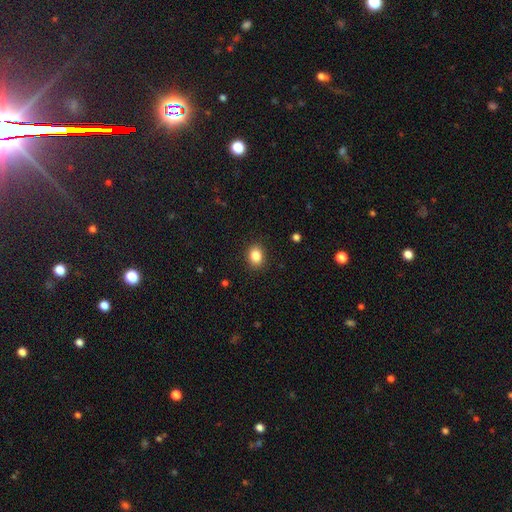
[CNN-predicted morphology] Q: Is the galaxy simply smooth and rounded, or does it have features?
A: smooth — 86%.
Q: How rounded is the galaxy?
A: in between — 53%.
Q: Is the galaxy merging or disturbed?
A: none — 89%.